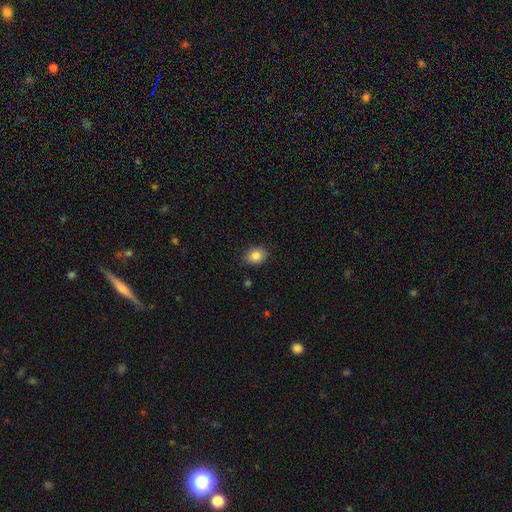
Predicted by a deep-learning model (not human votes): smooth-or-featured: smooth: 84% | star or artifact: 9% | featured or disk: 6%
  how-rounded: round: 54% | in between: 45% | cigar-shaped: 1%
  merging: none: 86% | minor disturbance: 10% | major disturbance: 2% | merger: 1%